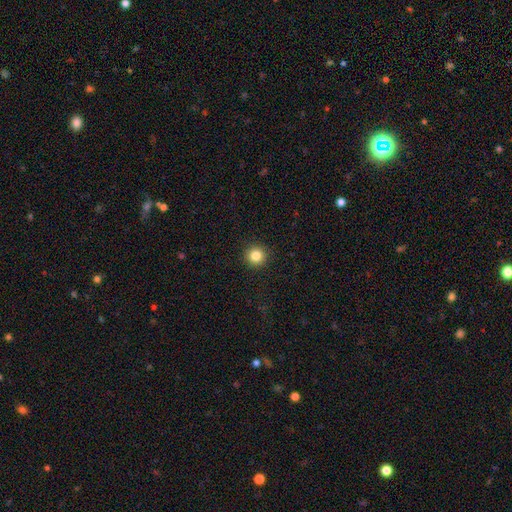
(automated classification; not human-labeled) smooth_or_featured: smooth (p=0.84) [alt: star or artifact p=0.11]
how_rounded: round (p=0.95) [alt: in between p=0.04]
merging: none (p=0.93) [alt: minor disturbance p=0.05]